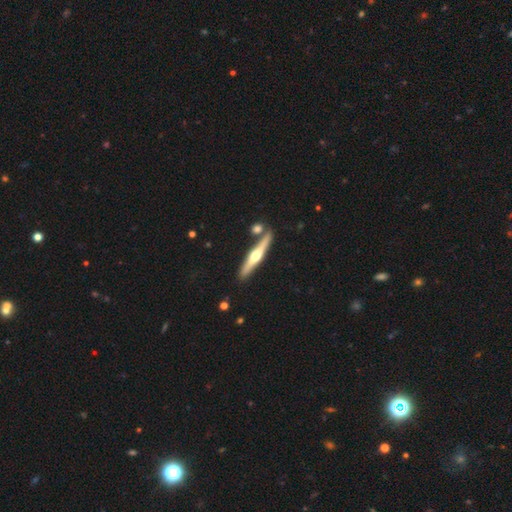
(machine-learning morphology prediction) Smooth or featured: featured or disk — 65% (smooth — 30%)
Edge-on disk: yes — 96% (no — 4%)
Edge-on bulge: rounded — 93% (none — 5%)
Merging: none — 83% (minor disturbance — 8%)